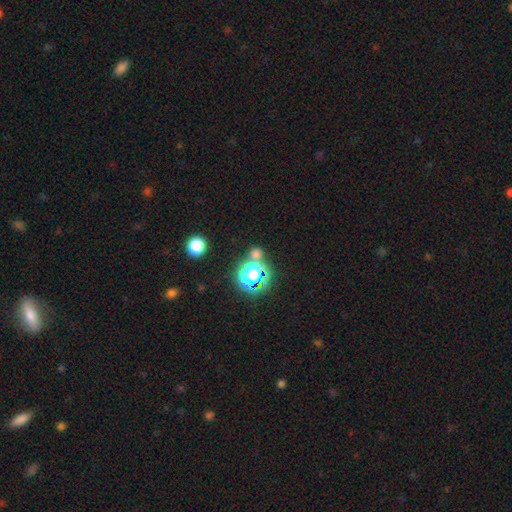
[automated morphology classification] smooth_or_featured: smooth (p=0.51) [alt: star or artifact p=0.42]
how_rounded: round (p=0.82) [alt: in between p=0.16]
merging: none (p=0.67) [alt: merger p=0.20]